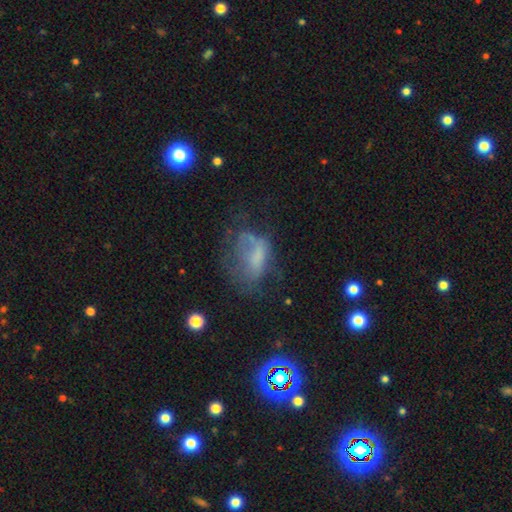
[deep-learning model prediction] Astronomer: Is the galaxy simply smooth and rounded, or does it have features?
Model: smooth — 43% (runner-up: featured or disk, 40%).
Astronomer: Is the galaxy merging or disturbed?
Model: major disturbance — 39% (runner-up: none, 32%).